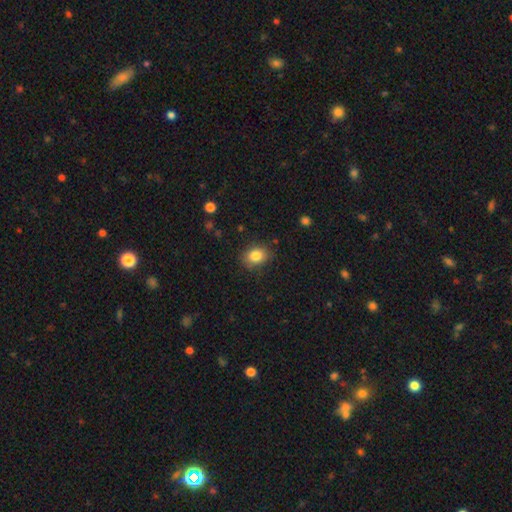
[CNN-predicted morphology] Smooth or featured: smooth — 83% (star or artifact — 10%)
How rounded: in between — 57% (round — 42%)
Merging: none — 82% (minor disturbance — 13%)